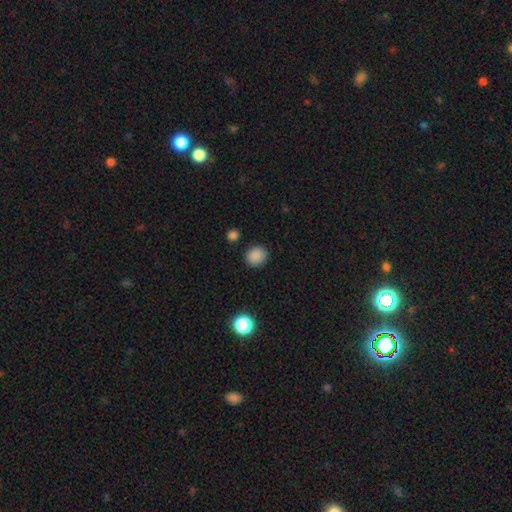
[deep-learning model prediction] Q: Smooth or featured?
A: smooth (87%); runner-up: star or artifact (10%)
Q: How rounded?
A: round (82%); runner-up: in between (17%)
Q: Merging?
A: none (89%); runner-up: minor disturbance (7%)